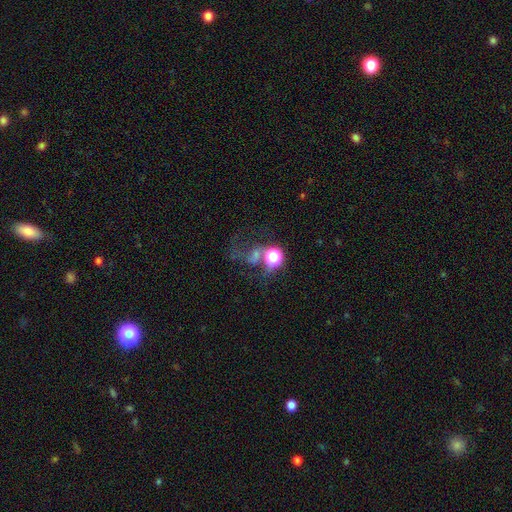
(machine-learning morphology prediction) This is marginally a star or artifact rather than a galaxy (44%).